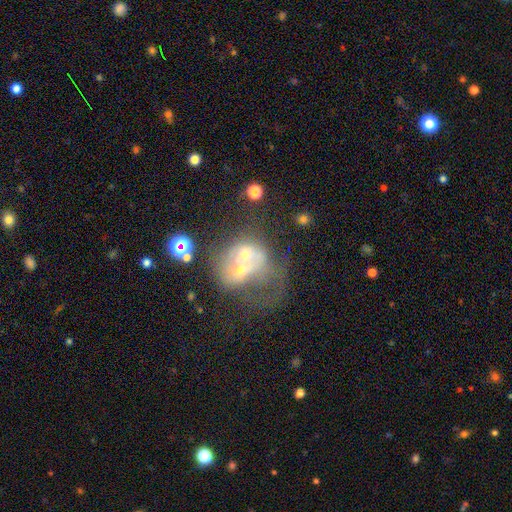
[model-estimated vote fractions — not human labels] Q: Smooth or featured?
A: featured or disk (50%); runner-up: smooth (35%)
Q: Edge-on disk?
A: no (97%); runner-up: yes (3%)
Q: Merging?
A: merger (63%); runner-up: major disturbance (18%)